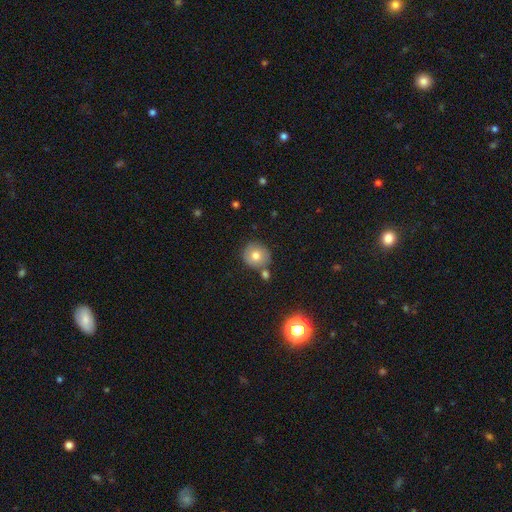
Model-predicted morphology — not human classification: Overall: smooth (75%). How rounded: round (91%). Merging: none (76%).